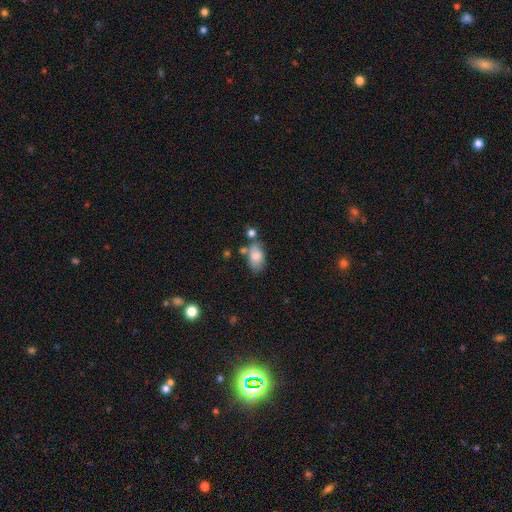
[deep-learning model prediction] Morphology: type=smooth (78%); roundness=in between (91%); merging=none (54%).